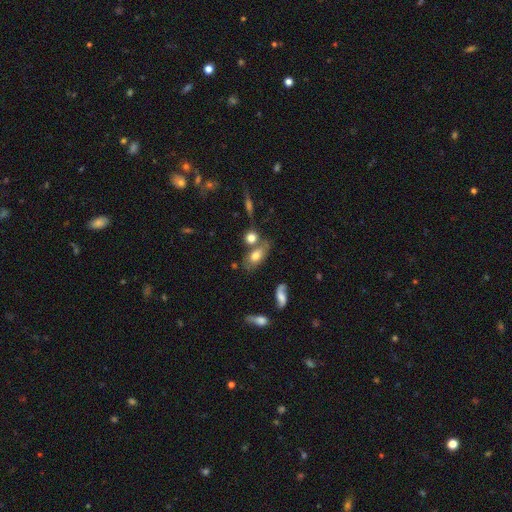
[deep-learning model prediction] smooth-or-featured: smooth: 65% | featured or disk: 25% | star or artifact: 10%
  how-rounded: in between: 79% | round: 15% | cigar-shaped: 6%
  merging: none: 47% | merger: 26% | minor disturbance: 18% | major disturbance: 8%